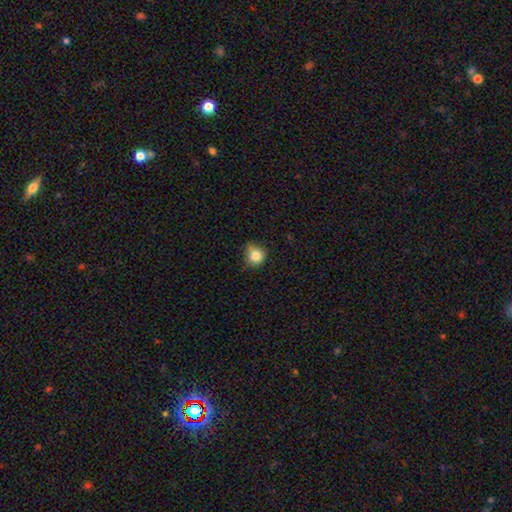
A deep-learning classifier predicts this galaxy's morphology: A smooth galaxy with no disk features (83%) that is round (88%).

Vote fractions:
- Smooth or featured? smooth: 83% / star or artifact: 11% / featured or disk: 6%
- How rounded? round: 88% / in between: 11% / cigar-shaped: 1%
- Merging? none: 67% / minor disturbance: 26% / major disturbance: 5% / merger: 2%